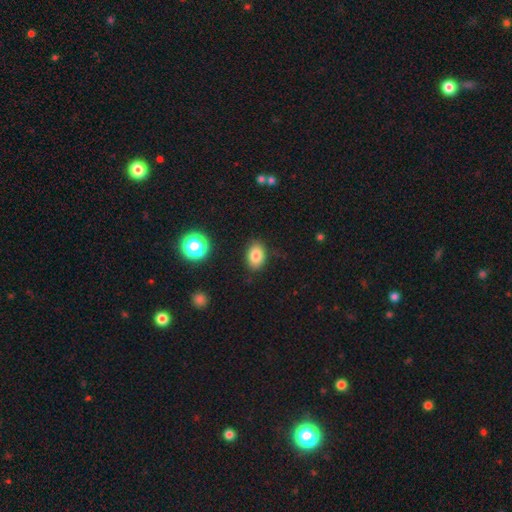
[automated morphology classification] Smooth or featured?
  - smooth: 82% *
  - star or artifact: 10%
  - featured or disk: 7%
How rounded?
  - in between: 80% *
  - round: 19%
  - cigar-shaped: 1%
Merging?
  - none: 85% *
  - minor disturbance: 11%
  - major disturbance: 3%
  - merger: 2%